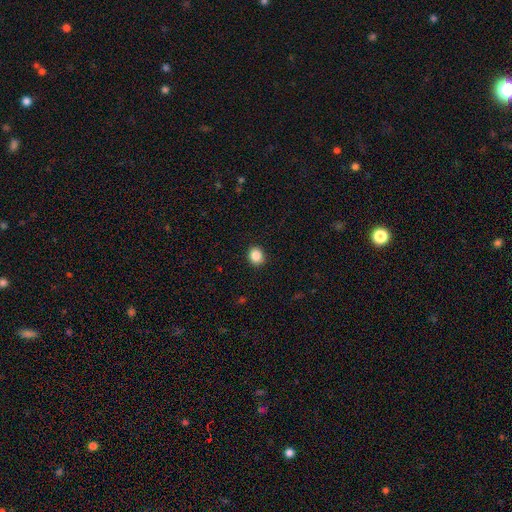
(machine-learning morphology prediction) smooth_or_featured: smooth (p=0.87) [alt: star or artifact p=0.09]
how_rounded: round (p=0.73) [alt: in between p=0.26]
merging: none (p=0.91) [alt: minor disturbance p=0.06]